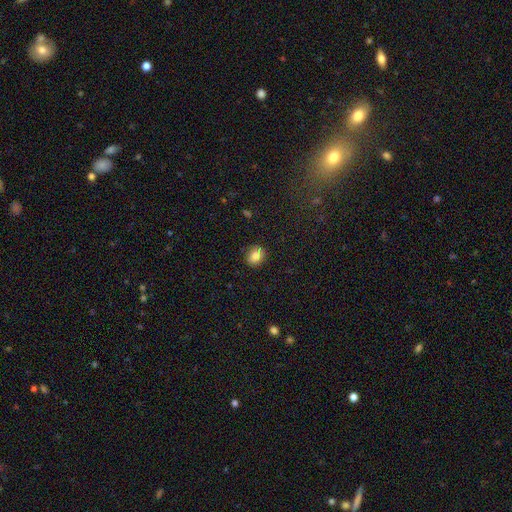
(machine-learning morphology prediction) The model was most divided on "how rounded": round: 53%, in between: 46%, cigar-shaped: 1%. More confident: merging — none (82%); smooth or featured — smooth (80%).